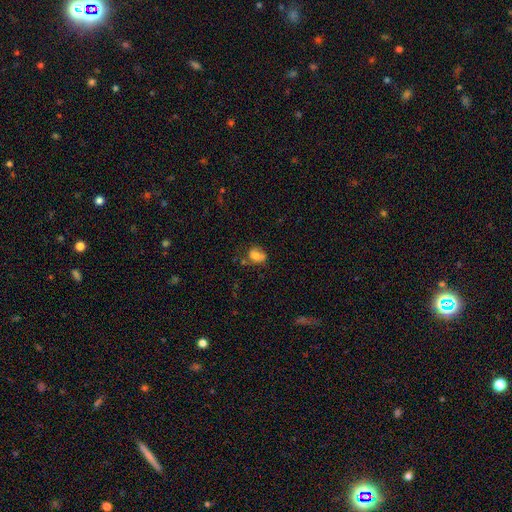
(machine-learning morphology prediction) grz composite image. It shows a smooth galaxy with no disk features (73%) that is in between round and cigar-shaped (63%). Merging: none (50%).